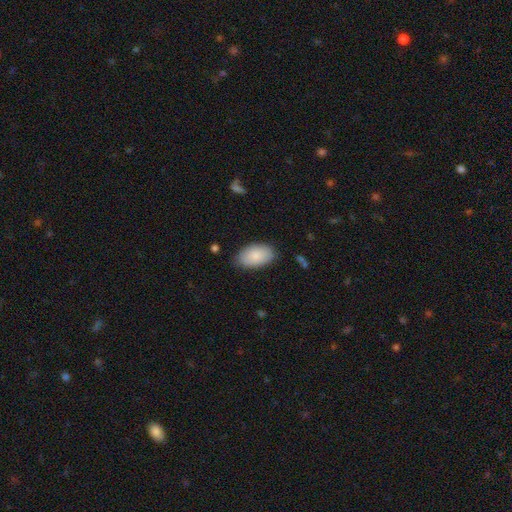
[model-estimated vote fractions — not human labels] Smooth or featured?
  - smooth: 84% *
  - featured or disk: 10%
  - star or artifact: 6%
How rounded?
  - in between: 94% *
  - round: 4%
  - cigar-shaped: 1%
Merging?
  - none: 82% *
  - minor disturbance: 14%
  - major disturbance: 3%
  - merger: 1%